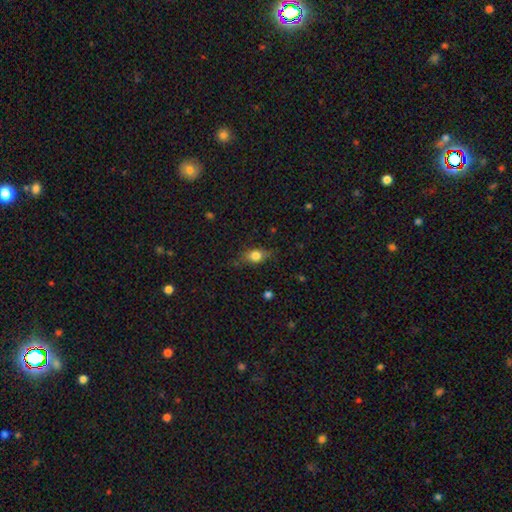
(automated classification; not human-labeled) The model was most divided on "how rounded": in between: 69%, round: 22%, cigar-shaped: 9%. More confident: smooth or featured — smooth (75%); merging — none (73%).